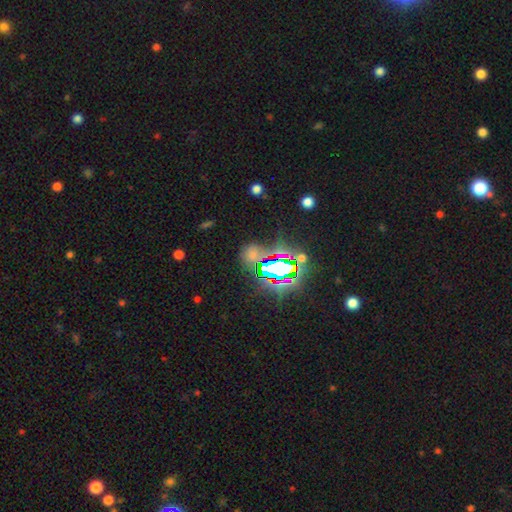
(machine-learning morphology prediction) Smooth or featured? Predicted: star or artifact (p=0.64).